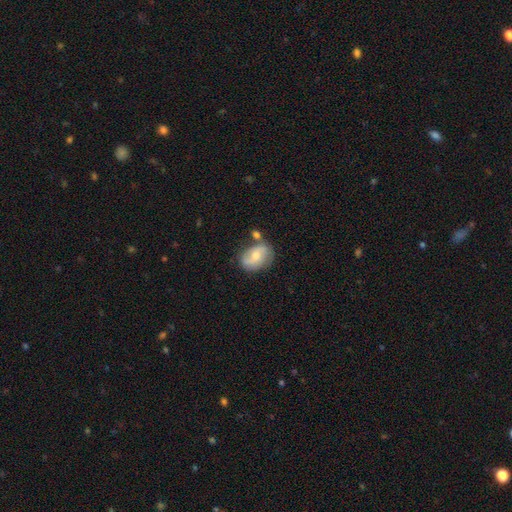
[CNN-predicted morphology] type=featured or disk (47%); merging=none (57%).